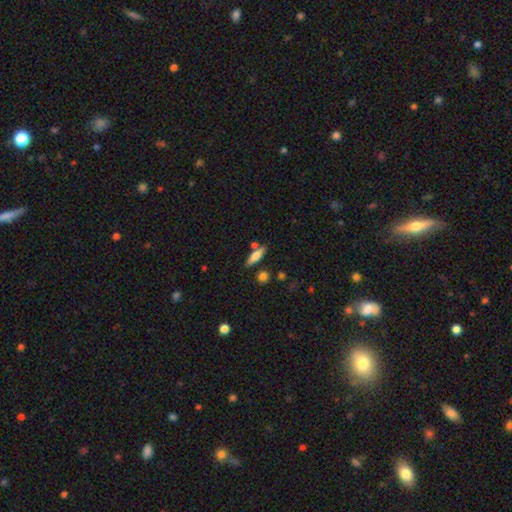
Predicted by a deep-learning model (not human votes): smooth_or_featured: smooth (p=0.63) [alt: featured or disk p=0.30]
how_rounded: cigar-shaped (p=0.65) [alt: in between p=0.33]
merging: none (p=0.75) [alt: minor disturbance p=0.12]